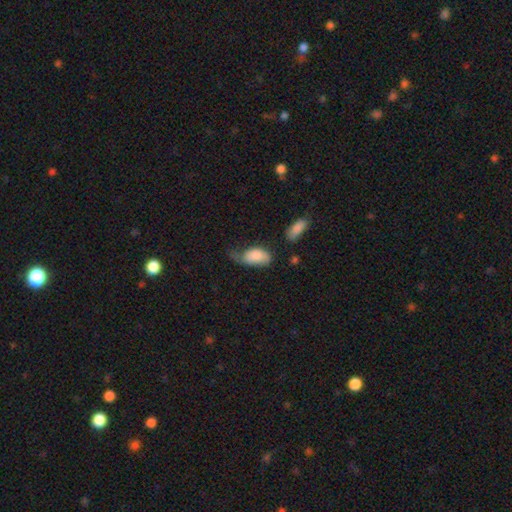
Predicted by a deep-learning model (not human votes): smooth 79%, featured or disk 14%, star or artifact 7%. Down the decision tree: how rounded — in between (93%); merging — major disturbance (36%).